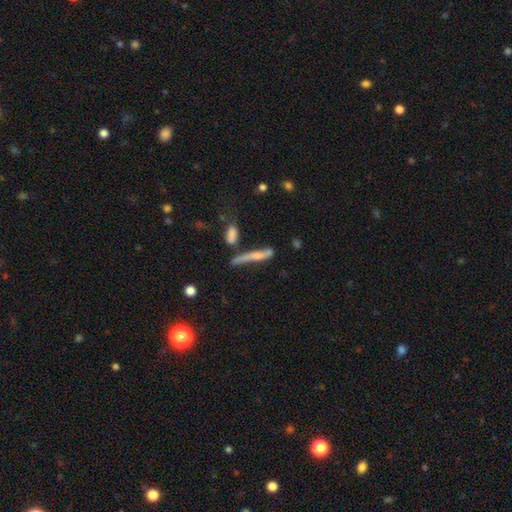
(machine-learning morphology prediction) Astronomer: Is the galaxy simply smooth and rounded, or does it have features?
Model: smooth — 46% (runner-up: featured or disk, 43%).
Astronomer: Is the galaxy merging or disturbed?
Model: none — 42% (runner-up: merger, 23%).